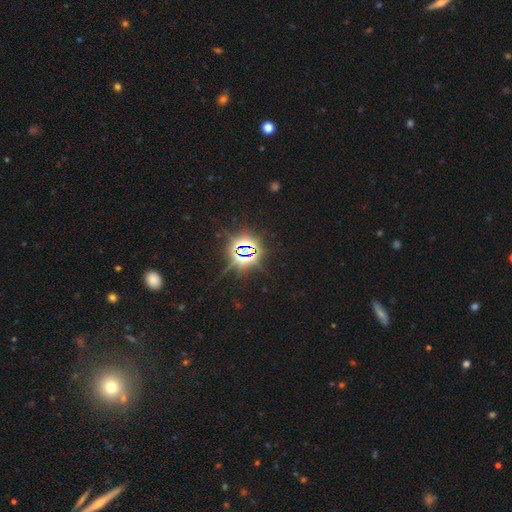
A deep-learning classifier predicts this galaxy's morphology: Smooth or featured?
  - star or artifact: 84% *
  - smooth: 9%
  - featured or disk: 8%